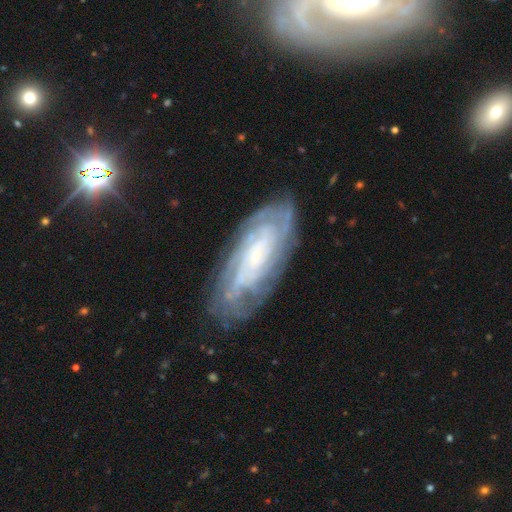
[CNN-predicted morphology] featured or disk 78%, smooth 15%, star or artifact 7%. Down the decision tree: edge-on disk — no (89%); bar — no (66%); spiral arms — yes (93%); spiral arm count — can't tell (50%); spiral winding — tight (76%); bulge size — small (69%); merging — none (77%).